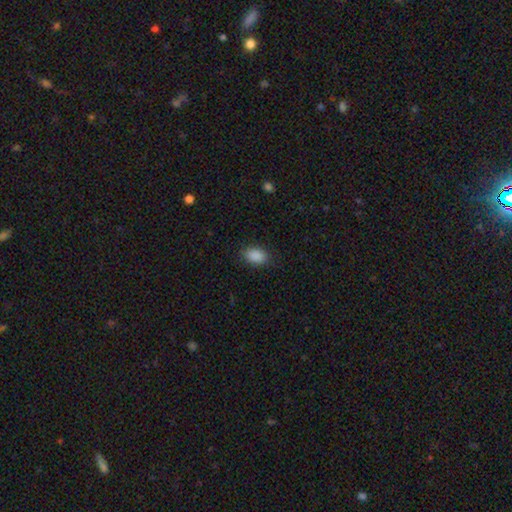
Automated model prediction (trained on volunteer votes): This appears to be a smooth galaxy with no disk features (90%) that is in between round and cigar-shaped (88%). Merging: none (86%).